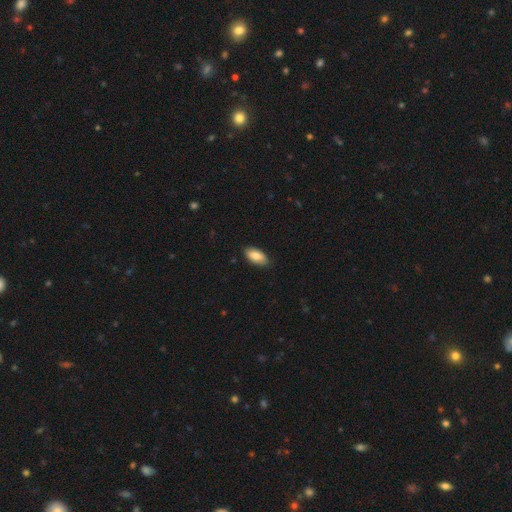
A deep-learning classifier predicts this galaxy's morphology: Smooth or featured: smooth — 80% (featured or disk — 14%)
How rounded: in between — 93% (cigar-shaped — 5%)
Merging: none — 84% (minor disturbance — 13%)